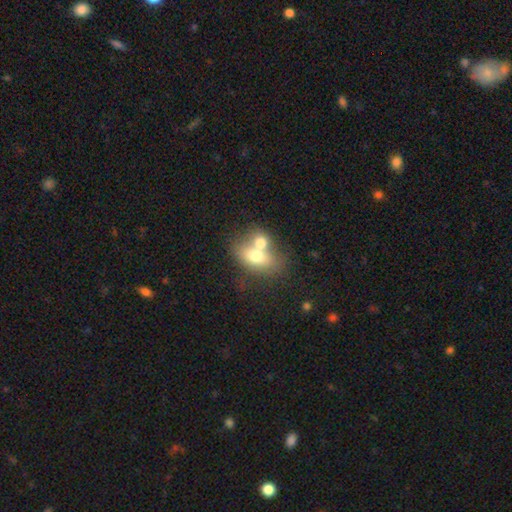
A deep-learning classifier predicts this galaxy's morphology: A smooth galaxy with no disk features (68%) that is in between round and cigar-shaped (73%).

Vote fractions:
- Smooth or featured? smooth: 68% / featured or disk: 23% / star or artifact: 9%
- How rounded? in between: 73% / round: 25% / cigar-shaped: 2%
- Merging? merger: 64% / none: 24% / minor disturbance: 8% / major disturbance: 4%